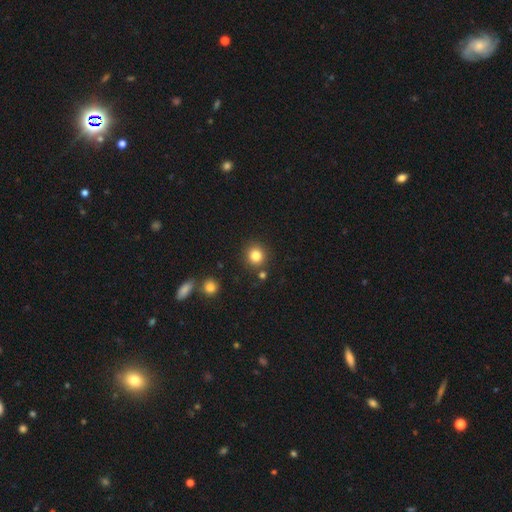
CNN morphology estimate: smooth-or-featured: smooth: 83% | star or artifact: 12% | featured or disk: 5%
  how-rounded: round: 91% | in between: 8% | cigar-shaped: 1%
  merging: none: 86% | minor disturbance: 7% | merger: 5% | major disturbance: 2%